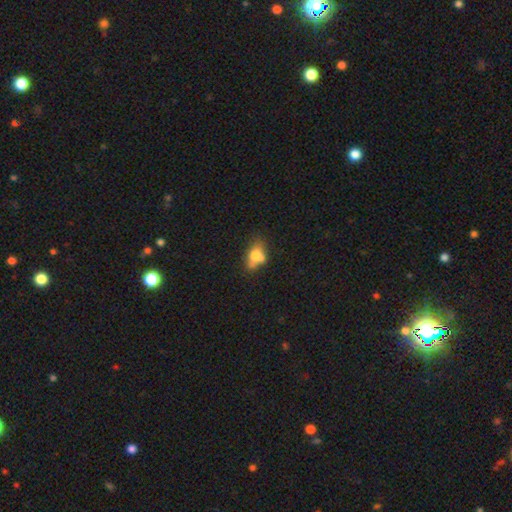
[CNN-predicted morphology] This appears to be a smooth galaxy with no disk features (64%) that is in between round and cigar-shaped (69%). Merging: none (35%).